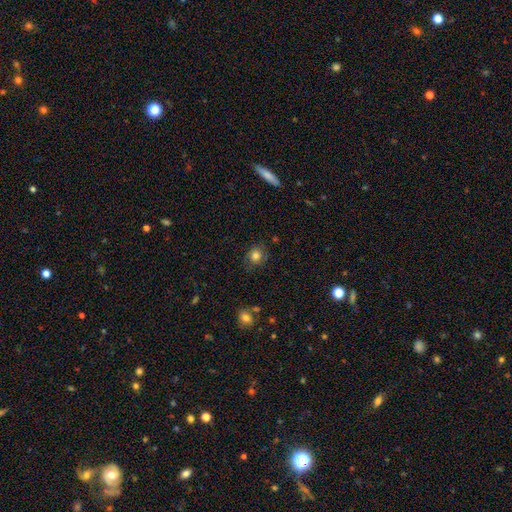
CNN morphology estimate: Smooth or featured? smooth (72%)
How rounded? round (77%)
Merging? none (75%)